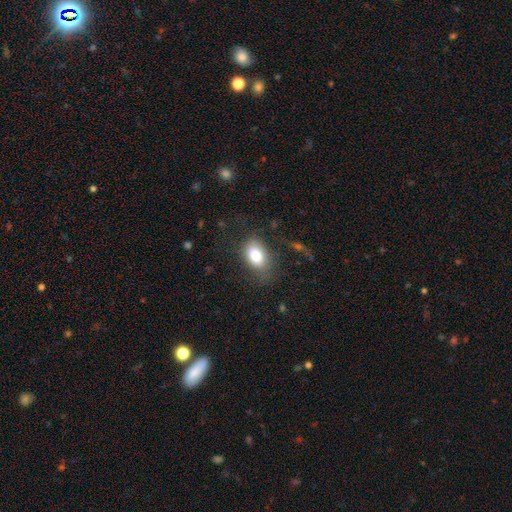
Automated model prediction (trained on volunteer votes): Smooth or featured: smooth — 79% (featured or disk — 12%)
How rounded: in between — 84% (round — 15%)
Merging: none — 70% (minor disturbance — 18%)